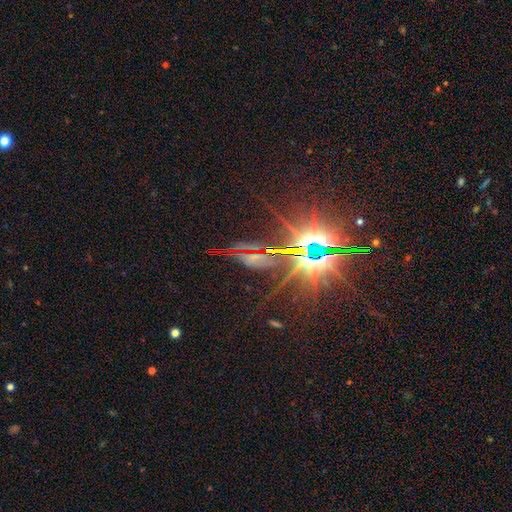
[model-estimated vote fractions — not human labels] This is likely a star or artifact rather than a galaxy (79%).